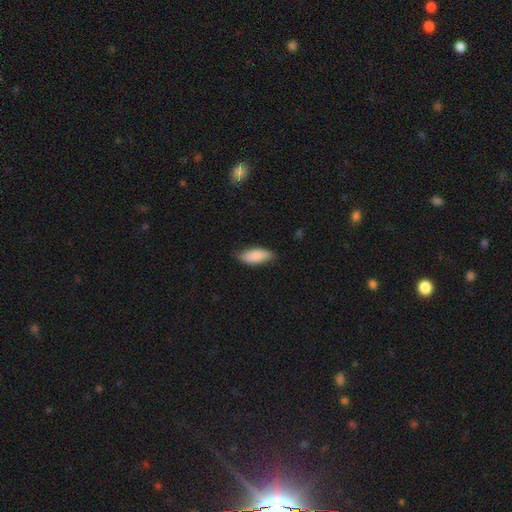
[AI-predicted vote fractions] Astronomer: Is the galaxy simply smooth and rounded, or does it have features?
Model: smooth — 85%.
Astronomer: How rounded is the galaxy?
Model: in between — 81%.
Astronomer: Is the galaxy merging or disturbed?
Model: none — 76%.